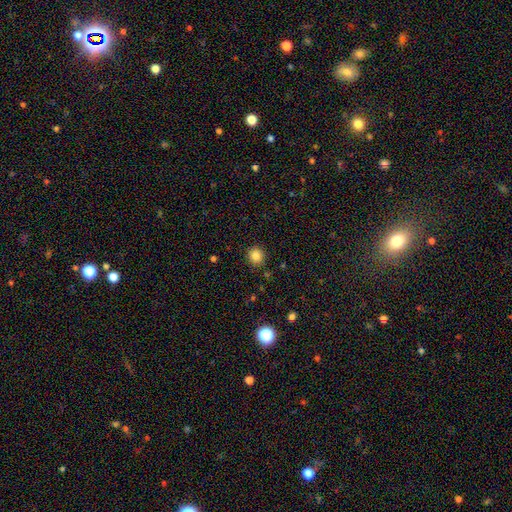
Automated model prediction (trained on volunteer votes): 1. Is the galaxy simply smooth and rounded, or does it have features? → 85% smooth, 11% star or artifact, 4% featured or disk.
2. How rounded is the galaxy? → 89% round, 10% in between, 1% cigar-shaped.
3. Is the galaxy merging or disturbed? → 88% none, 8% minor disturbance, 2% major disturbance, 2% merger.